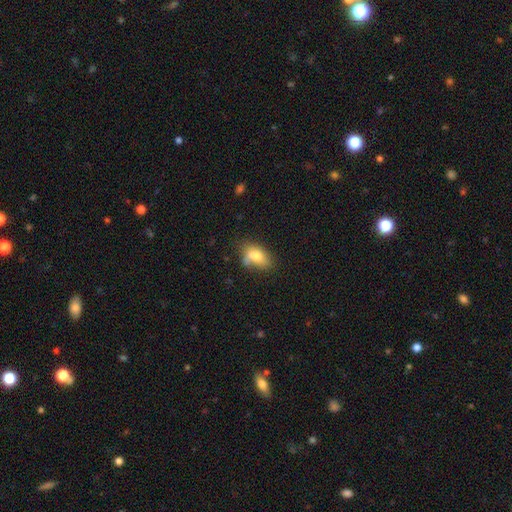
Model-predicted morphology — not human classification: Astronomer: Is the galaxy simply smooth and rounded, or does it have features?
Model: smooth — 74%.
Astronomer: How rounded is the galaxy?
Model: in between — 88%.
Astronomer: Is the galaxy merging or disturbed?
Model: none — 44% (runner-up: minor disturbance, 27%).